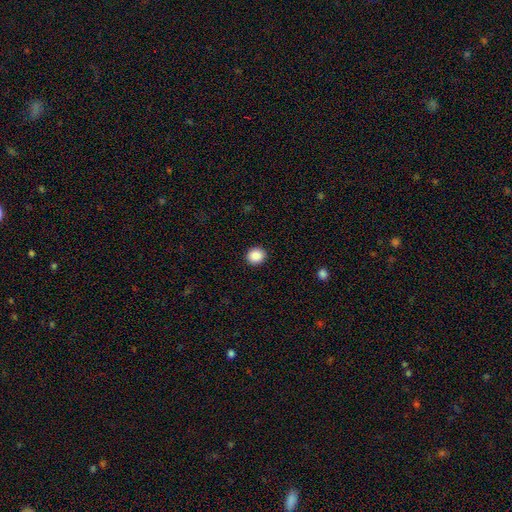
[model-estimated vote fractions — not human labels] smooth_or_featured: smooth (p=0.89) [alt: star or artifact p=0.09]
how_rounded: round (p=0.82) [alt: in between p=0.17]
merging: none (p=0.92) [alt: minor disturbance p=0.05]